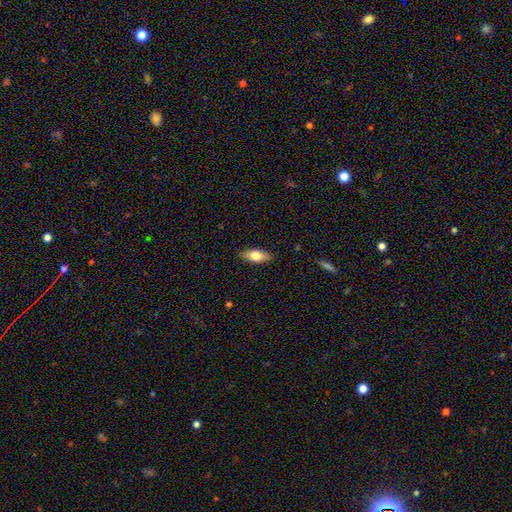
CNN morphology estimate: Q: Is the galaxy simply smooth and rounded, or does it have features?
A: smooth — 74%.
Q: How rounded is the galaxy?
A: in between — 84%.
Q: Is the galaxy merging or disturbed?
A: none — 88%.